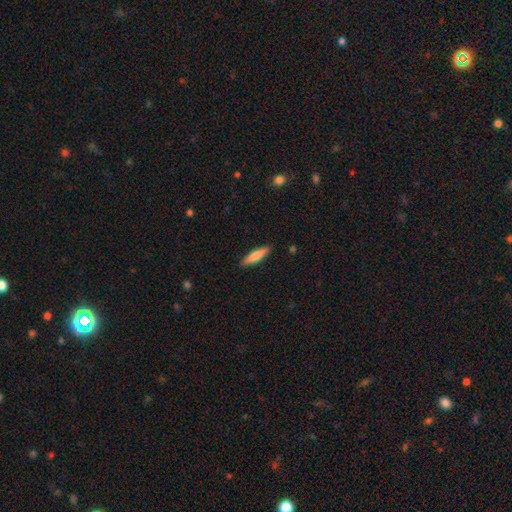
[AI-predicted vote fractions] A smooth galaxy with no disk features (73%) that is cigar-shaped (74%).

Vote fractions:
- Smooth or featured? smooth: 73% / featured or disk: 22% / star or artifact: 6%
- How rounded? cigar-shaped: 74% / in between: 25% / round: 2%
- Merging? none: 89% / minor disturbance: 8% / major disturbance: 2% / merger: 1%